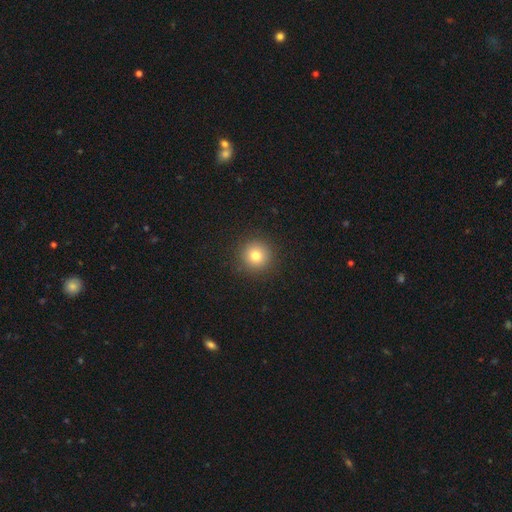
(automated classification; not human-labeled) Smooth or featured? Predicted: smooth (p=0.79). How rounded? Predicted: round (p=0.95). Merging? Predicted: none (p=0.91).